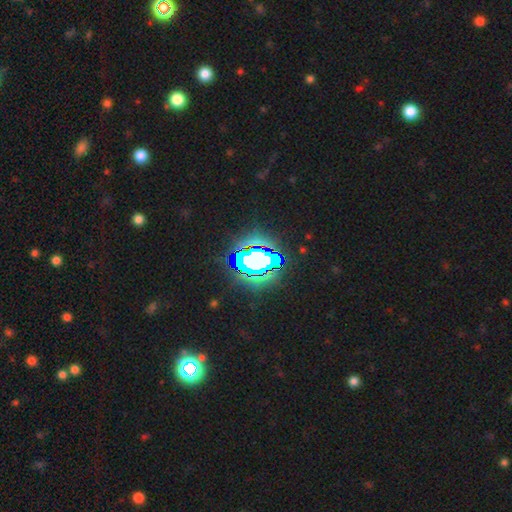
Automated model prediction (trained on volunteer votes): This appears to be a star or artifact, not a galaxy (59%).